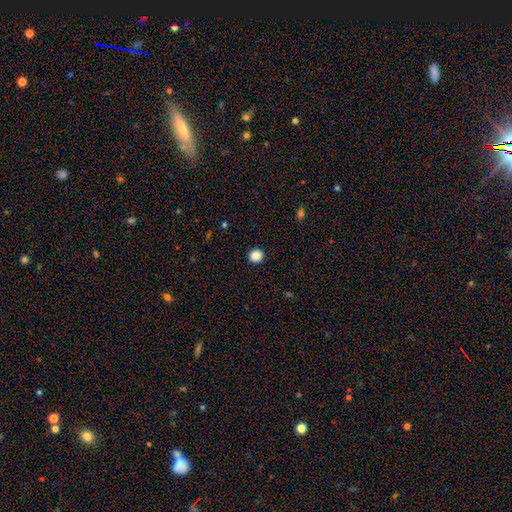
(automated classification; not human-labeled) smooth 88%, star or artifact 10%, featured or disk 3%. Down the decision tree: how rounded — round (91%); merging — none (93%).